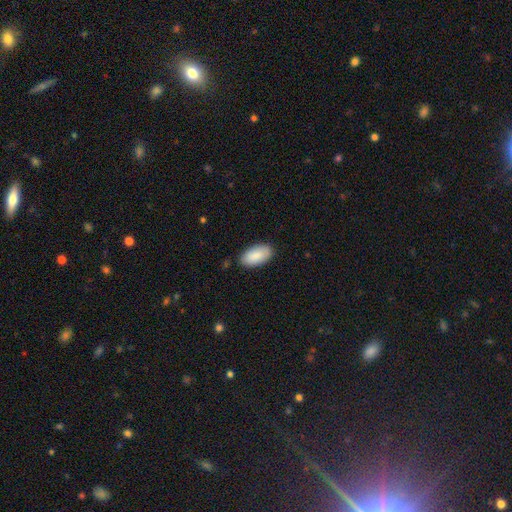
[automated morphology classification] smooth 88%, featured or disk 6%, star or artifact 6%. Down the decision tree: how rounded — in between (95%); merging — none (86%).